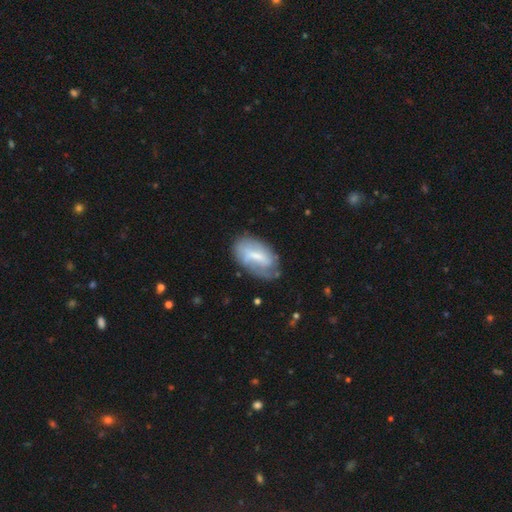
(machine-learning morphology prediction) A featured or disk galaxy (49%). Merging: none (60%).